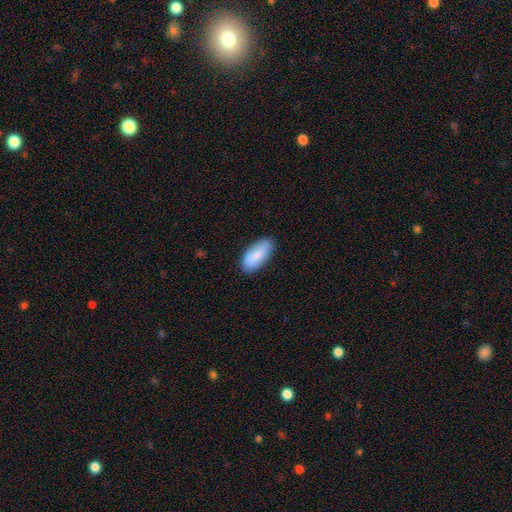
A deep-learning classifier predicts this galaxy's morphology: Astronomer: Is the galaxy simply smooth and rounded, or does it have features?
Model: smooth — 86%.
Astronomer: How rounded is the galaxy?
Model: in between — 89%.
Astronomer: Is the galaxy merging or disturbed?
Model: none — 84%.